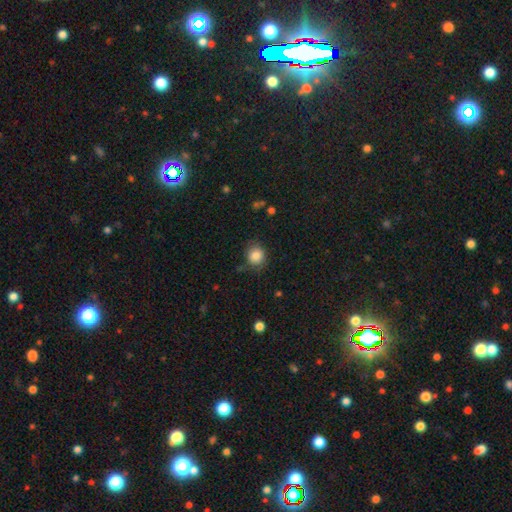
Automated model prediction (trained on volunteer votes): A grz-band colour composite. It shows a smooth galaxy with no disk features (85%) that is round (78%). Merging: none (78%).